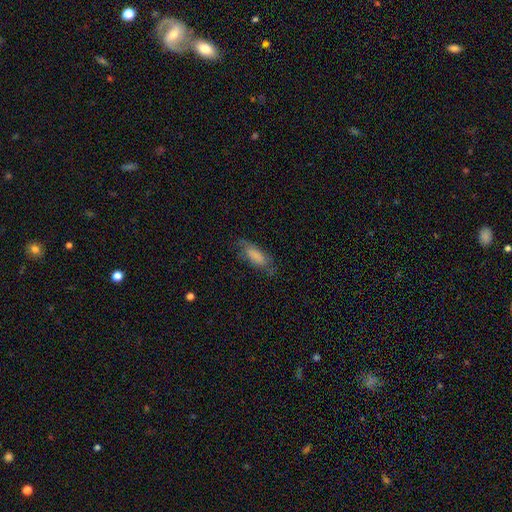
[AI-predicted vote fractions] Q: Smooth or featured?
A: smooth (71%); runner-up: featured or disk (21%)
Q: How rounded?
A: in between (70%); runner-up: cigar-shaped (28%)
Q: Merging?
A: none (59%); runner-up: minor disturbance (27%)